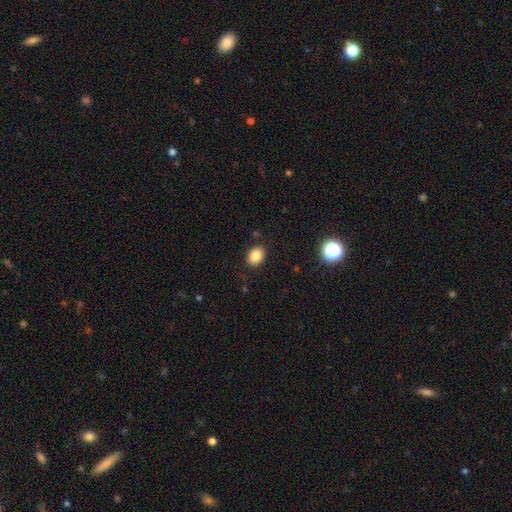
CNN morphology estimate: Smooth or featured? smooth (84%)
How rounded? in between (56%)
Merging? none (87%)